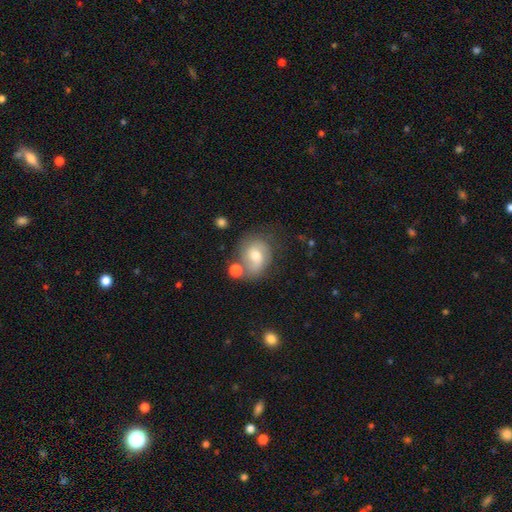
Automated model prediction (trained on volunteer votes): Smooth or featured? smooth (46%)
Merging? none (56%)